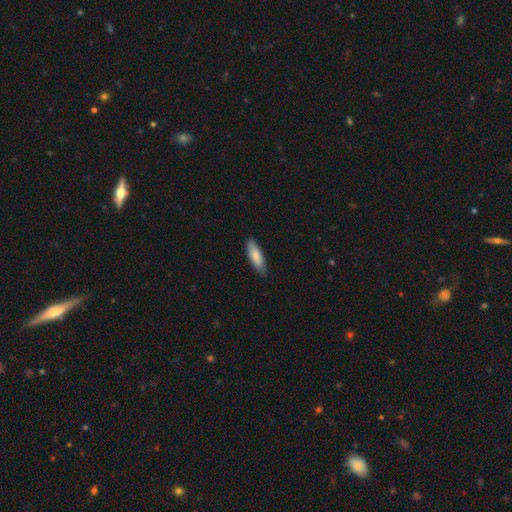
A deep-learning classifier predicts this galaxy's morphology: Smooth or featured?
  - smooth: 83% *
  - featured or disk: 12%
  - star or artifact: 5%
How rounded?
  - in between: 50% *
  - cigar-shaped: 48%
  - round: 2%
Merging?
  - none: 84% *
  - minor disturbance: 13%
  - major disturbance: 2%
  - merger: 1%